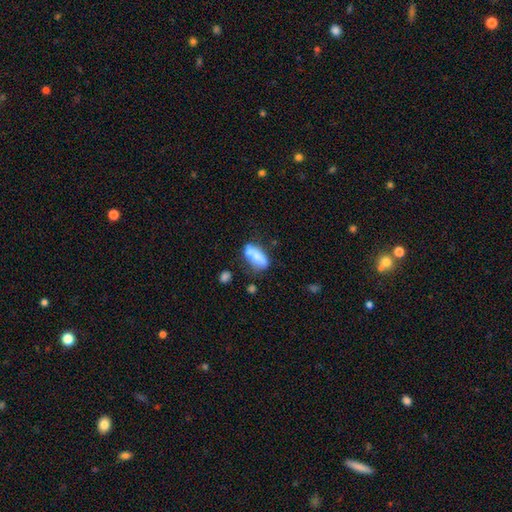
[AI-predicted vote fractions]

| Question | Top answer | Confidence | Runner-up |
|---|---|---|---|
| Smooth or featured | smooth | 68% | featured or disk (23%) |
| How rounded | in between | 71% | cigar-shaped (24%) |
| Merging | none | 42% | merger (27%) |